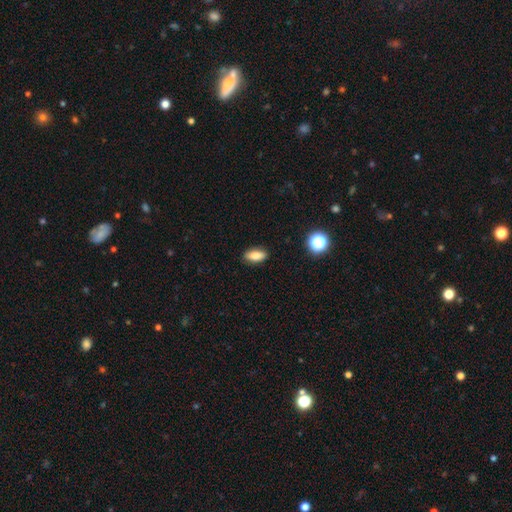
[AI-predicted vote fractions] This is clearly a smooth galaxy (82%). How rounded: clearly in between (84%). Merging: clearly none (88%).